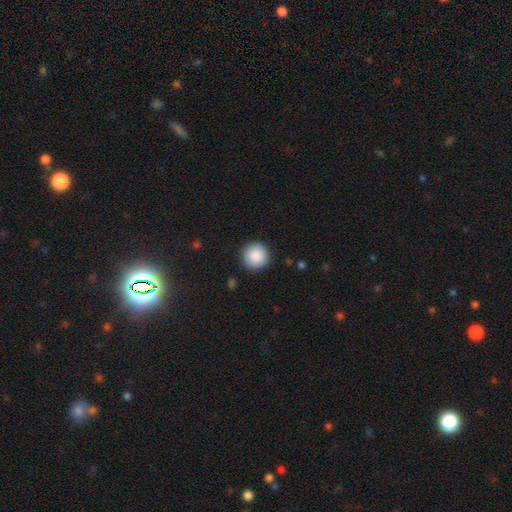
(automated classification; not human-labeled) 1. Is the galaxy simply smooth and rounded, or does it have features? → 89% smooth, 7% star or artifact, 4% featured or disk.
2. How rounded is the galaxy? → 96% round, 3% in between, 1% cigar-shaped.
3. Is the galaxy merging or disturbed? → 91% none, 6% minor disturbance, 2% major disturbance, 1% merger.